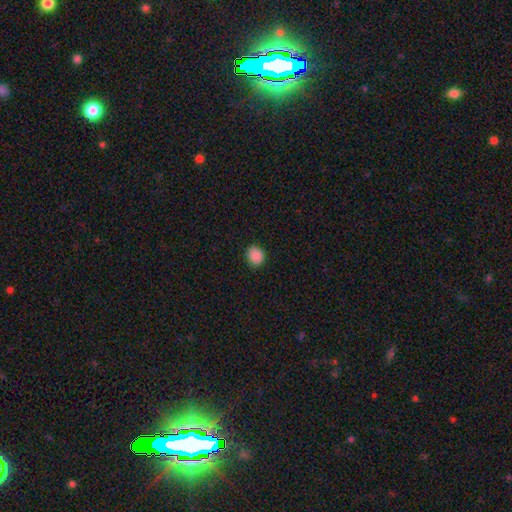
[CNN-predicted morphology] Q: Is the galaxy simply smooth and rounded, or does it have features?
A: smooth — 88%.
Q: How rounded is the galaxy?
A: round — 69%.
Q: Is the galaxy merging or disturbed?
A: none — 86%.